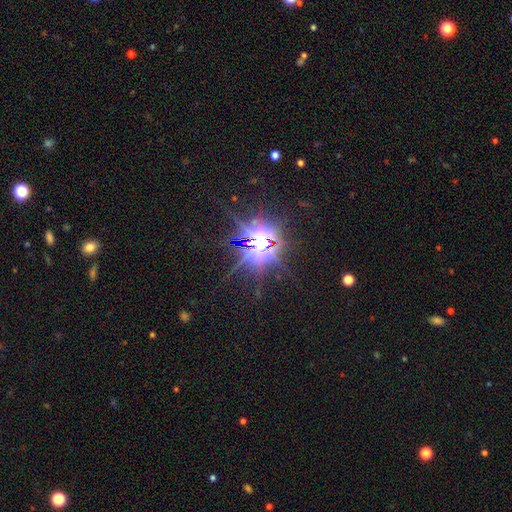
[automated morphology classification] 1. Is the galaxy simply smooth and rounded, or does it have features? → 81% star or artifact, 12% featured or disk, 7% smooth.